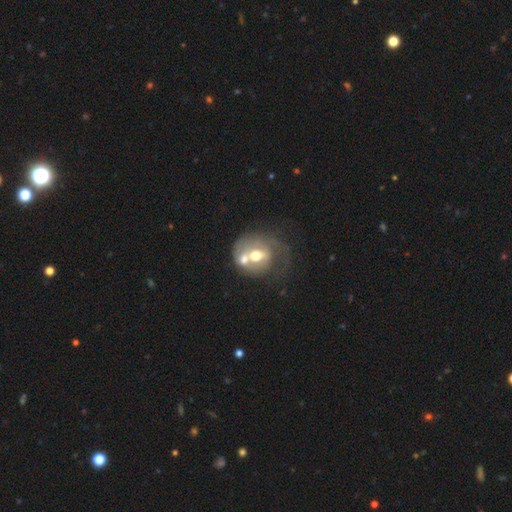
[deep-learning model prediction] A featured or disk galaxy (57%) with no bar (62%), no spiral arms (57%) and a moderate central bulge (70%). Merging: merger (45%).